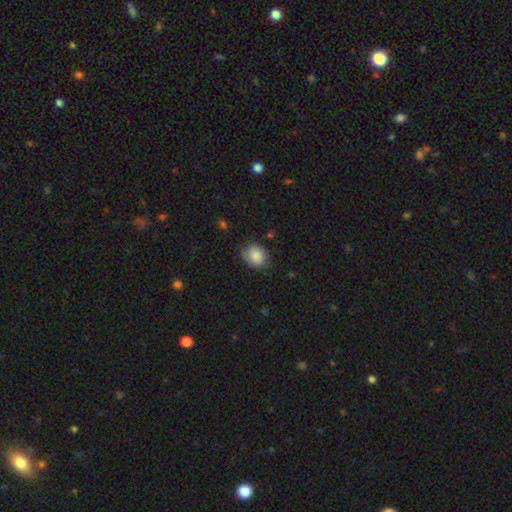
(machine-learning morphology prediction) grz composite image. It shows a smooth galaxy with no disk features (84%) that is in between round and cigar-shaped (51%). Merging: none (73%).